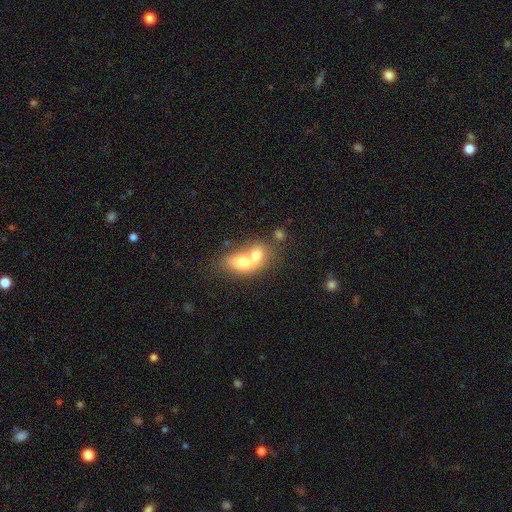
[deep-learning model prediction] This appears to be a smooth galaxy with no disk features (68%) that is in between round and cigar-shaped (62%). Merging: merger (76%).